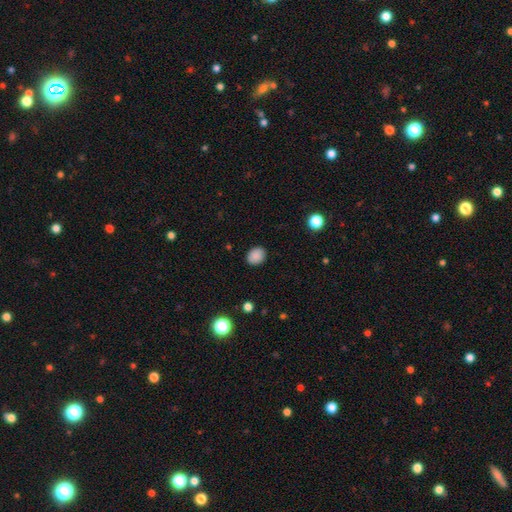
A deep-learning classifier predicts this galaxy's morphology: Smooth or featured? Predicted: smooth (p=0.87). How rounded? Predicted: round (p=0.50, tied with in between). Merging? Predicted: none (p=0.86).